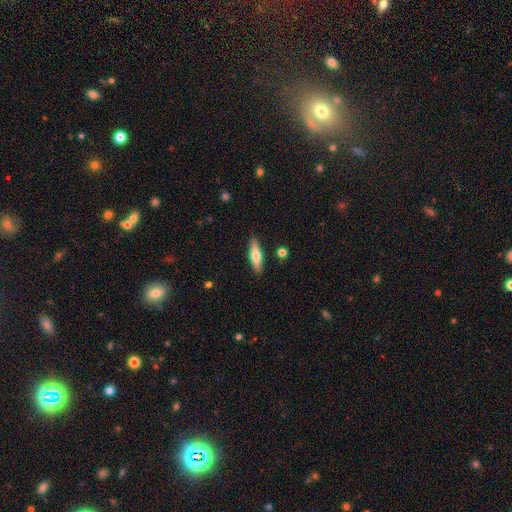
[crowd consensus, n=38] This is possibly a smooth galaxy (50%). How rounded: likely cigar-shaped (74%). Merging: clearly none (86%).